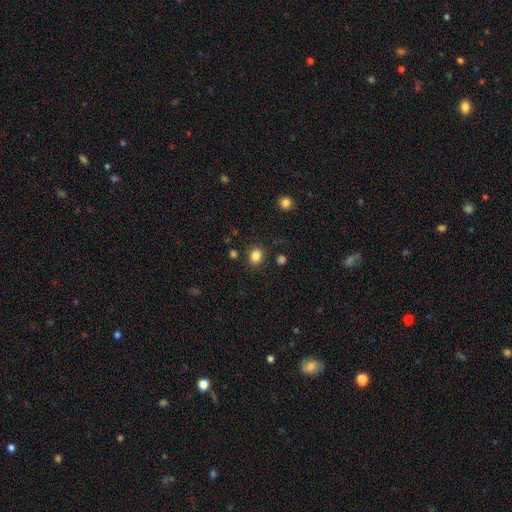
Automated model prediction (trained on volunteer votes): Q: Smooth or featured?
A: smooth (85%); runner-up: star or artifact (11%)
Q: How rounded?
A: in between (50%); runner-up: round (49%)
Q: Merging?
A: none (82%); runner-up: minor disturbance (11%)